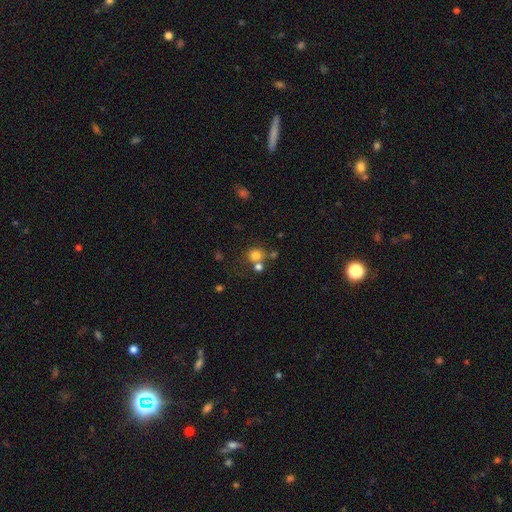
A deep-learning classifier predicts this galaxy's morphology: The model was most divided on "merging": none: 57%, merger: 28%, minor disturbance: 10%, major disturbance: 5%. More confident: how rounded — round (82%); smooth or featured — smooth (76%).